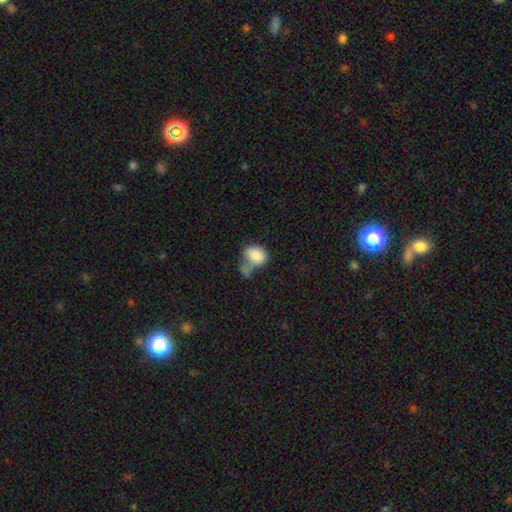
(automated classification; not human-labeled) Smooth or featured?
  - smooth: 83% *
  - featured or disk: 10%
  - star or artifact: 8%
How rounded?
  - in between: 57% *
  - round: 41%
  - cigar-shaped: 1%
Merging?
  - merger: 36% *
  - none: 24%
  - major disturbance: 20%
  - minor disturbance: 19%